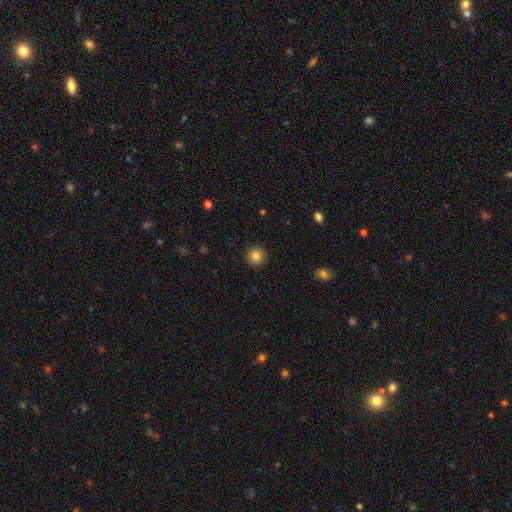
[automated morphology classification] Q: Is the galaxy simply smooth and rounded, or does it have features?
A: smooth — 84%.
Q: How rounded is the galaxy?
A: round — 95%.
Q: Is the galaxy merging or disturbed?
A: none — 91%.